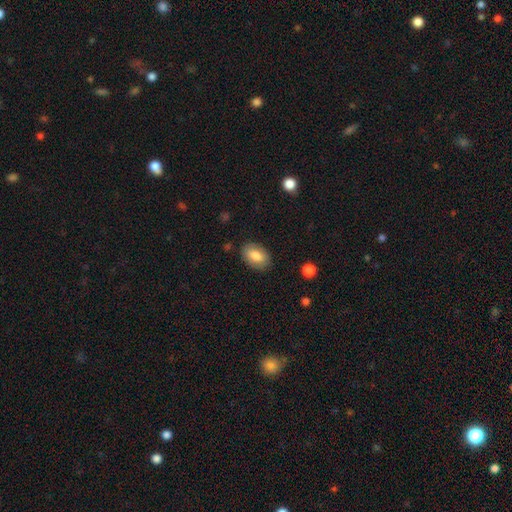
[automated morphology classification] This is clearly a smooth galaxy (81%). How rounded: clearly in between (90%). Merging: clearly none (85%).